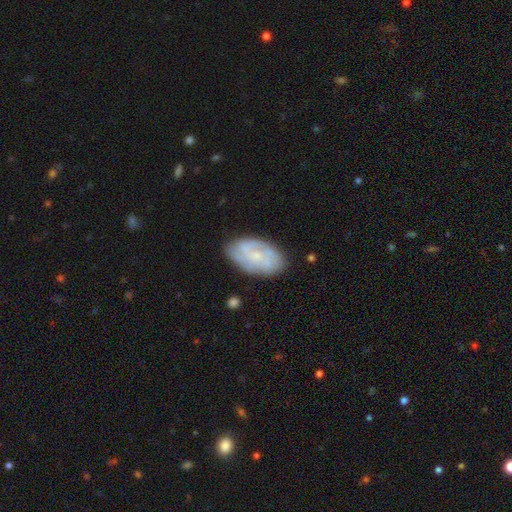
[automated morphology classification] Smooth or featured? Predicted: featured or disk (p=0.64). Edge-on disk? Predicted: no (p=0.96). Bar? Predicted: no (p=0.72). Spiral arms? Predicted: yes (p=0.84). Spiral winding? Predicted: tight (p=0.53). Spiral arm count? Predicted: can't tell (p=0.42). Bulge size? Predicted: small (p=0.69). Merging? Predicted: none (p=0.76).